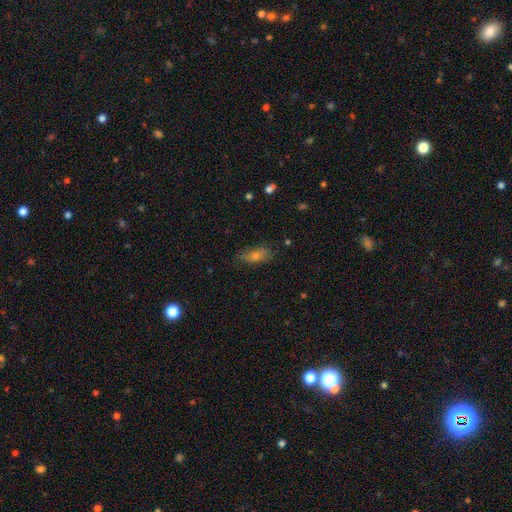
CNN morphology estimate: smooth_or_featured: smooth (p=0.58) [alt: featured or disk p=0.28]
how_rounded: in between (p=0.67) [alt: cigar-shaped p=0.27]
merging: none (p=0.75) [alt: minor disturbance p=0.19]